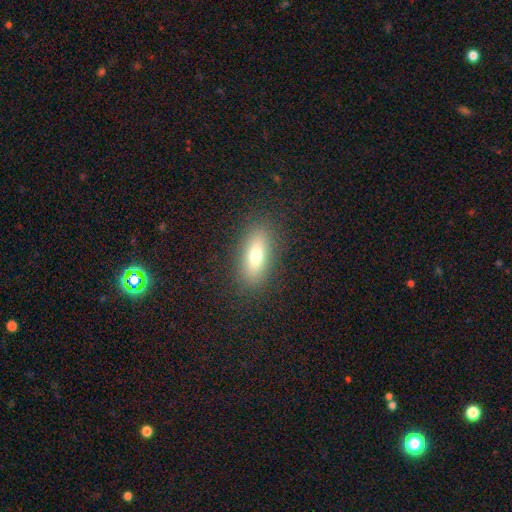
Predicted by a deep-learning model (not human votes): Smooth or featured: smooth — 71% (featured or disk — 20%)
How rounded: in between — 70% (cigar-shaped — 25%)
Merging: none — 88% (minor disturbance — 8%)